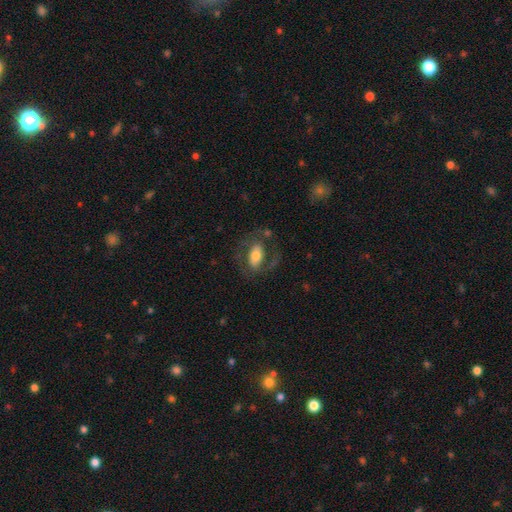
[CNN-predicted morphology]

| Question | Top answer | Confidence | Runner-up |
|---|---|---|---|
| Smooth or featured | featured or disk | 50% | smooth (42%) |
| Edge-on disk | no | 92% | yes (8%) |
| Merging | none | 60% | major disturbance (19%) |